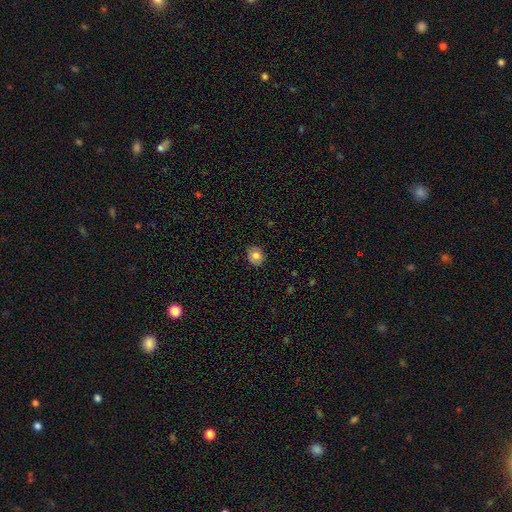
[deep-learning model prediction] Smooth or featured? Predicted: smooth (p=0.80). How rounded? Predicted: round (p=0.65). Merging? Predicted: none (p=0.88).